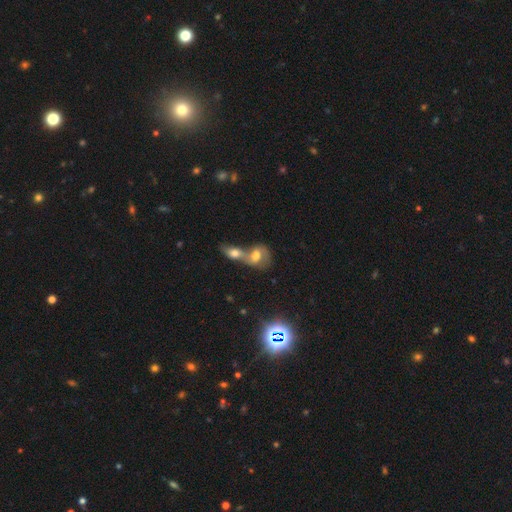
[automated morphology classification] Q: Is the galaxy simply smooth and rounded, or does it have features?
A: smooth — 59%.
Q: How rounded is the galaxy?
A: in between — 64%.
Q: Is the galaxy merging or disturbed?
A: merger — 75%.